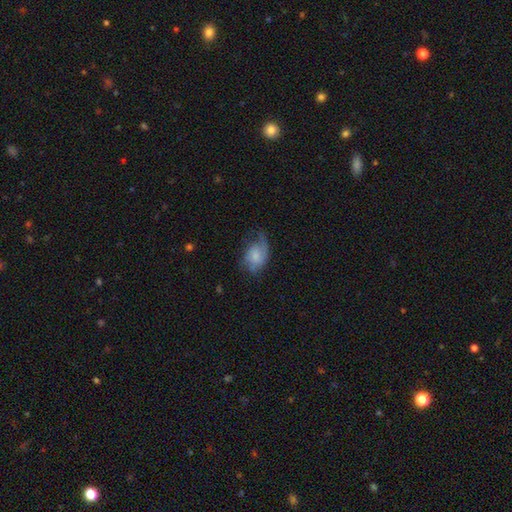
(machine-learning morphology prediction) A smooth galaxy with no disk features (52%) that is in between round and cigar-shaped (79%). Merging: none (37%).